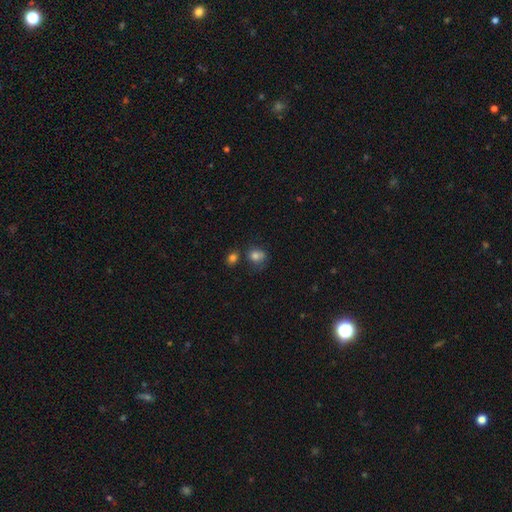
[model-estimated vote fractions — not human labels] Smooth or featured? smooth (78%)
How rounded? round (62%)
Merging? none (49%)